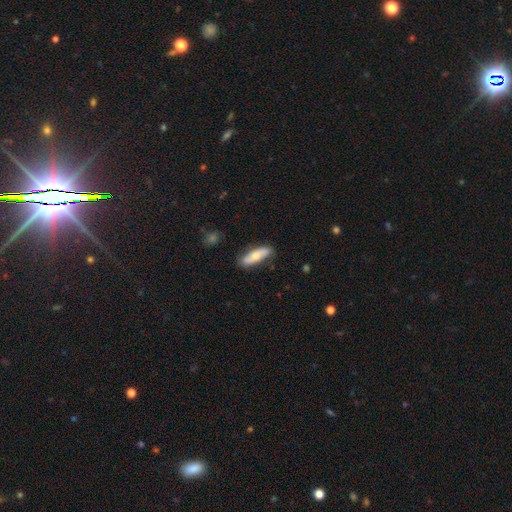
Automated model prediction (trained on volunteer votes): Smooth or featured? Predicted: smooth (p=0.64). How rounded? Predicted: cigar-shaped (p=0.49). Merging? Predicted: none (p=0.82).